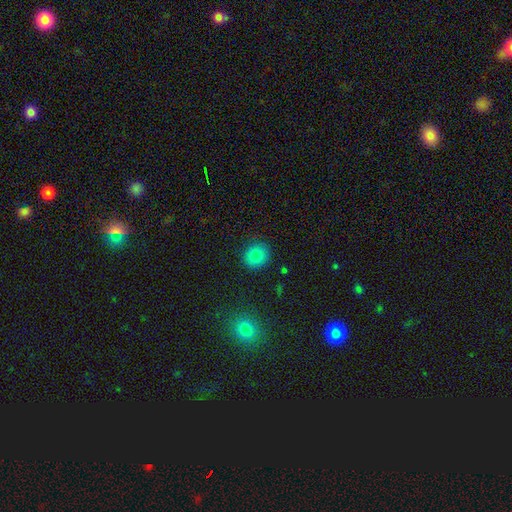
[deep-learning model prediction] smooth_or_featured: smooth (p=0.82) [alt: star or artifact p=0.12]
how_rounded: round (p=0.85) [alt: in between p=0.14]
merging: none (p=0.88) [alt: minor disturbance p=0.08]